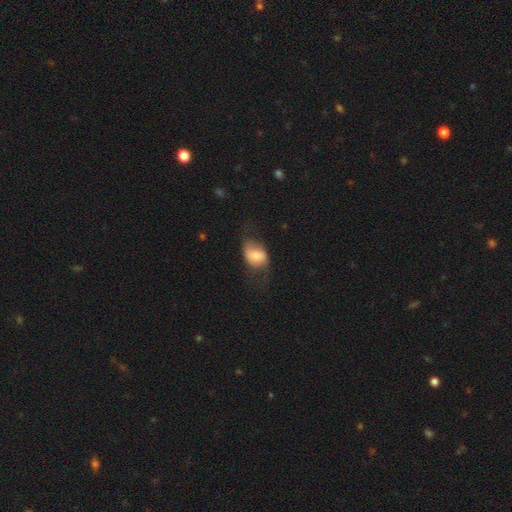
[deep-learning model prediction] Q: Smooth or featured?
A: smooth (60%); runner-up: featured or disk (33%)
Q: How rounded?
A: in between (73%); runner-up: round (25%)
Q: Merging?
A: none (46%); runner-up: minor disturbance (28%)